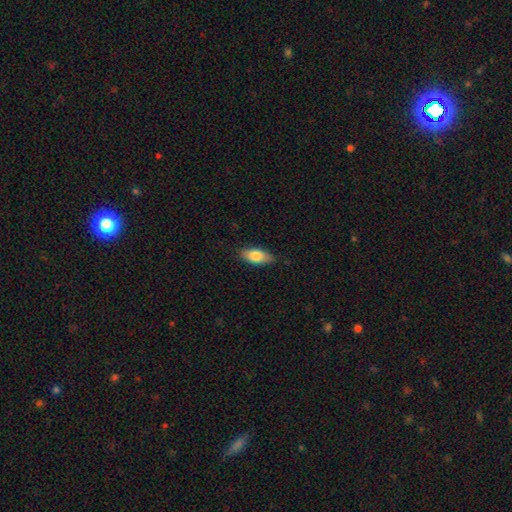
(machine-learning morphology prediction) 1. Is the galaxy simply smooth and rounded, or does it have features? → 81% smooth, 13% featured or disk, 6% star or artifact.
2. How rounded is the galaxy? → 85% in between, 12% cigar-shaped, 3% round.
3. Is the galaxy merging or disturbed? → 84% none, 12% minor disturbance, 2% major disturbance, 1% merger.